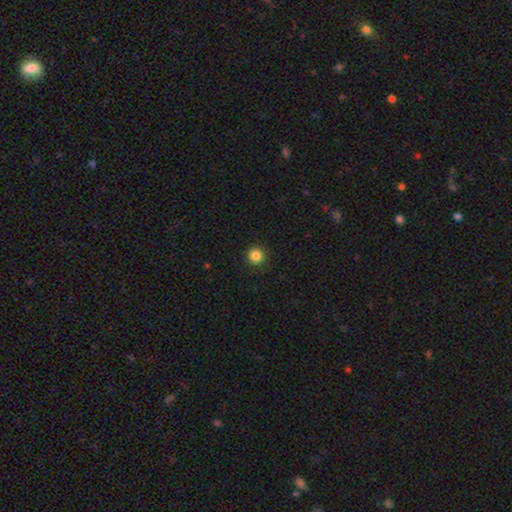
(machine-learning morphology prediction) Smooth or featured: smooth — 85% (star or artifact — 11%)
How rounded: round — 95% (in between — 4%)
Merging: none — 93% (minor disturbance — 4%)